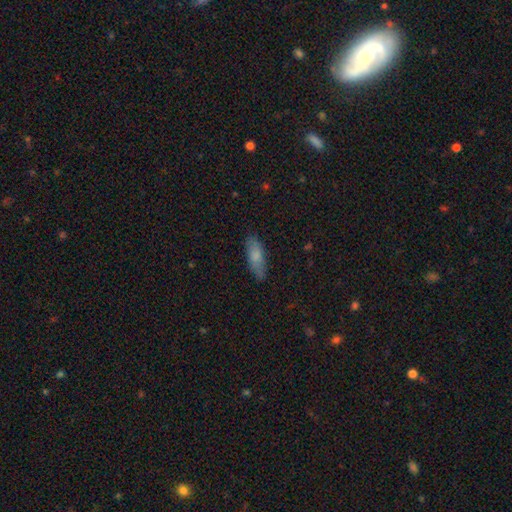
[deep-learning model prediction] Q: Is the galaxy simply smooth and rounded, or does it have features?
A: smooth — 77%.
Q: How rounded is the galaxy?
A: in between — 57%.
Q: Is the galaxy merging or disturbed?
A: none — 80%.